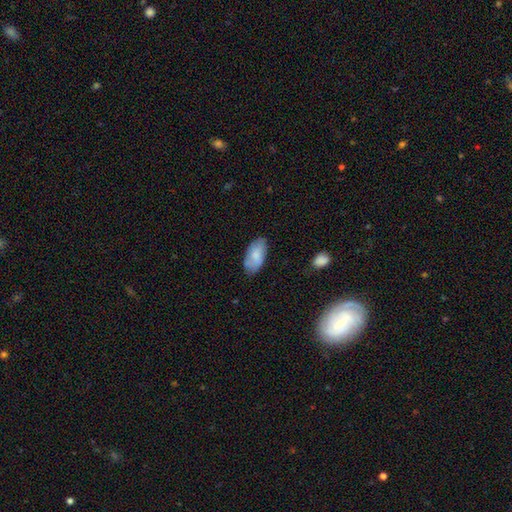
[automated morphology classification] This is likely a smooth galaxy (78%). How rounded: clearly in between (95%). Merging: likely none (74%).